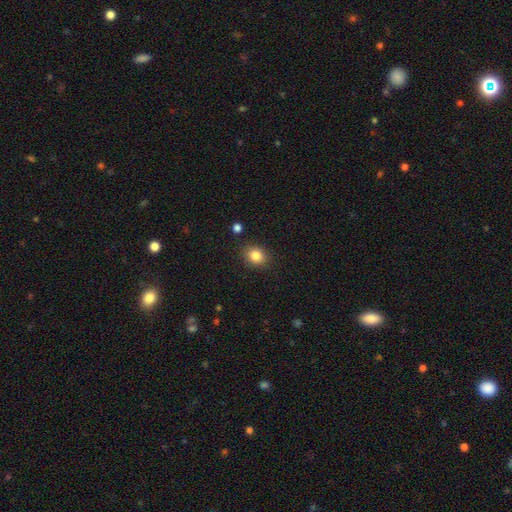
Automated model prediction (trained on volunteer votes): smooth-or-featured: smooth: 84% | star or artifact: 10% | featured or disk: 6%
  how-rounded: round: 60% | in between: 39% | cigar-shaped: 1%
  merging: none: 87% | minor disturbance: 9% | major disturbance: 2% | merger: 2%